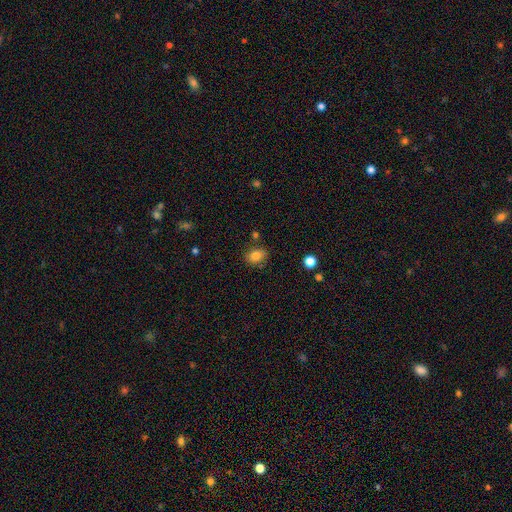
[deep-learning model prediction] smooth 82%, star or artifact 10%, featured or disk 8%. Down the decision tree: how rounded — in between (59%); merging — none (77%).